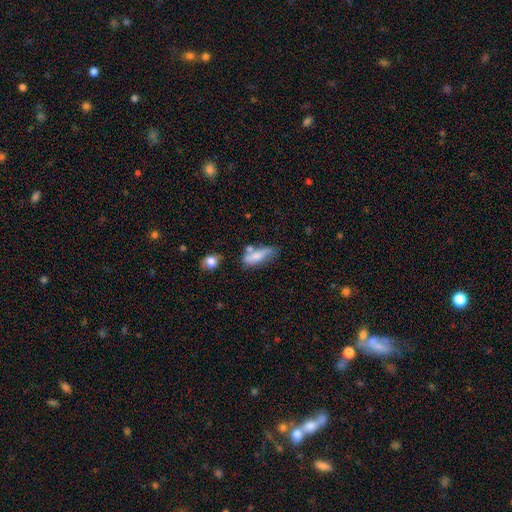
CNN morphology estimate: smooth-or-featured: smooth: 69% | featured or disk: 23% | star or artifact: 8%
  how-rounded: in between: 57% | cigar-shaped: 39% | round: 3%
  merging: none: 43% | minor disturbance: 26% | merger: 19% | major disturbance: 12%